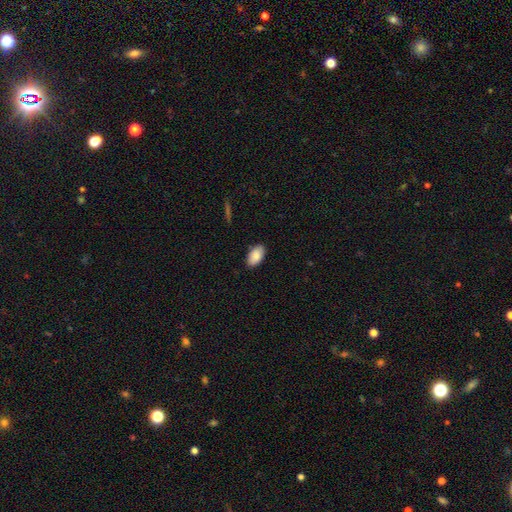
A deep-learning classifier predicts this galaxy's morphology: A smooth galaxy with no disk features (87%) that is in between round and cigar-shaped (95%). Merging: none (87%).